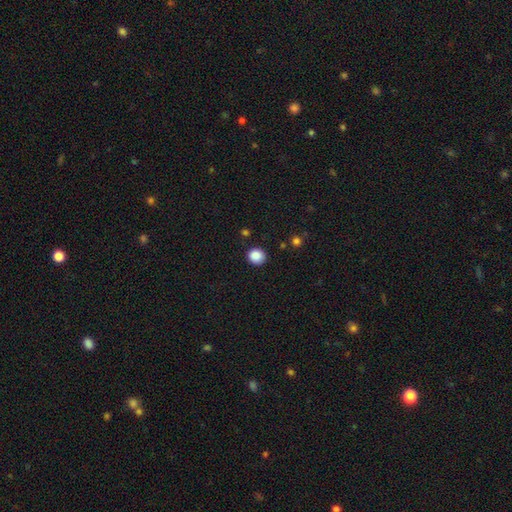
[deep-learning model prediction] Smooth or featured?
  - smooth: 87% *
  - star or artifact: 10%
  - featured or disk: 3%
How rounded?
  - round: 84% *
  - in between: 15%
  - cigar-shaped: 1%
Merging?
  - none: 89% *
  - minor disturbance: 7%
  - major disturbance: 2%
  - merger: 2%